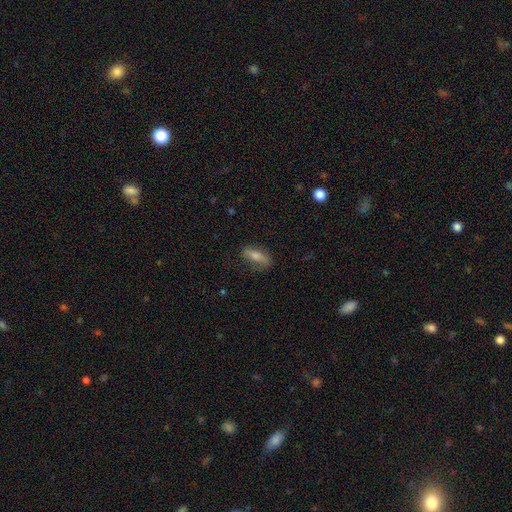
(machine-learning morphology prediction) Smooth or featured? Predicted: smooth (p=0.60). How rounded? Predicted: in between (p=0.56). Merging? Predicted: none (p=0.77).